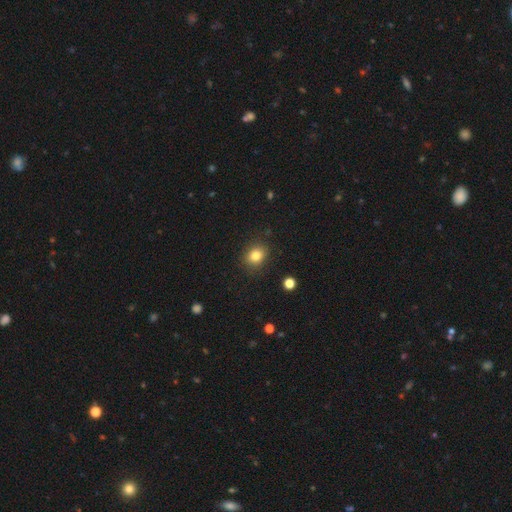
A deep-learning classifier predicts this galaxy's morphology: Smooth or featured? smooth (82%)
How rounded? round (61%)
Merging? none (87%)